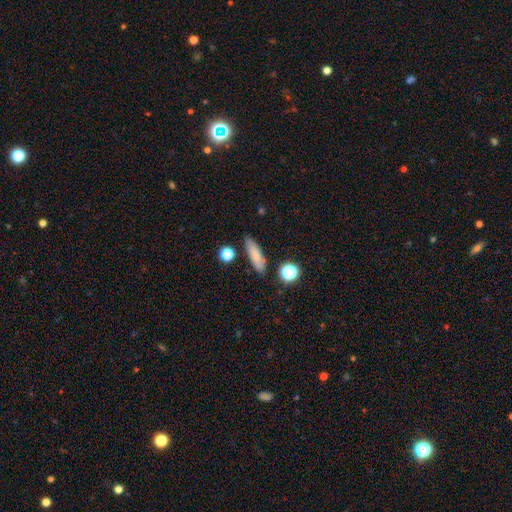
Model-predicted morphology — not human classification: smooth-or-featured: smooth: 78% | featured or disk: 12% | star or artifact: 10%
  how-rounded: cigar-shaped: 50% | in between: 45% | round: 5%
  merging: none: 81% | minor disturbance: 12% | merger: 4% | major disturbance: 3%